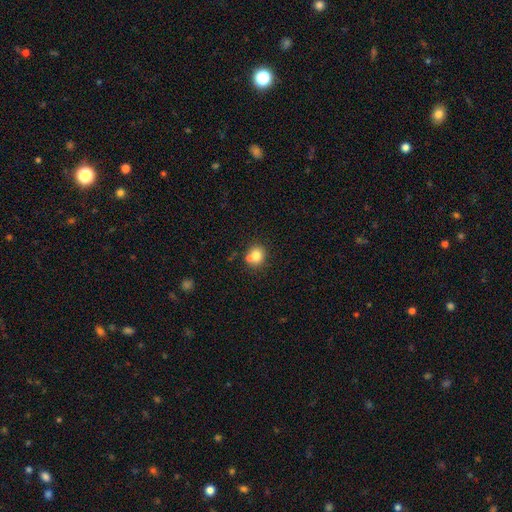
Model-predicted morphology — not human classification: This appears to be a smooth galaxy with no disk features (77%) that is round (82%). Merging: none (57%).